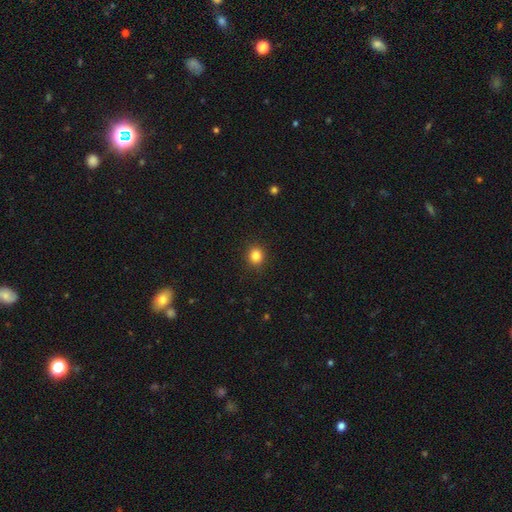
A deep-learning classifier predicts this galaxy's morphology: This appears to be a smooth galaxy with no disk features (84%) that is round (84%). Merging: none (91%).